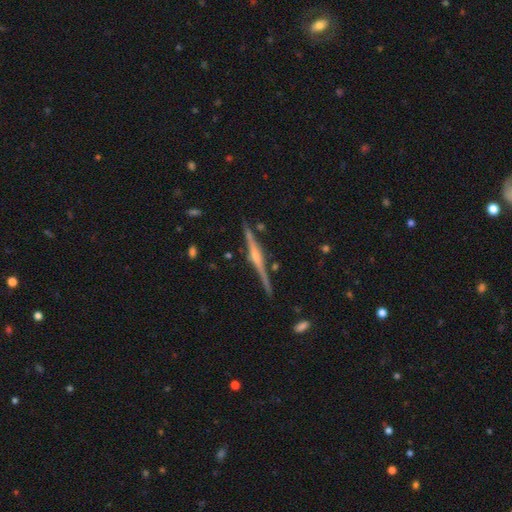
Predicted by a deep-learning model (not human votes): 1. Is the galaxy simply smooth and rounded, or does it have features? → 82% featured or disk, 11% smooth, 6% star or artifact.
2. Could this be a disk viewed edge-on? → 98% yes, 2% no.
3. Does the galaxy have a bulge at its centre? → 77% rounded, 14% boxy, 9% none.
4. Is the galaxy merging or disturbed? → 87% none, 9% minor disturbance, 2% merger, 2% major disturbance.